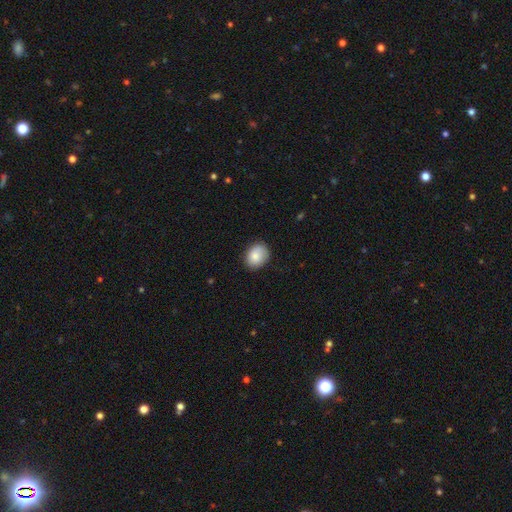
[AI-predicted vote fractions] The model was most divided on "how rounded": round: 51%, in between: 49%, cigar-shaped: 1%. More confident: smooth or featured — smooth (84%); merging — none (82%).